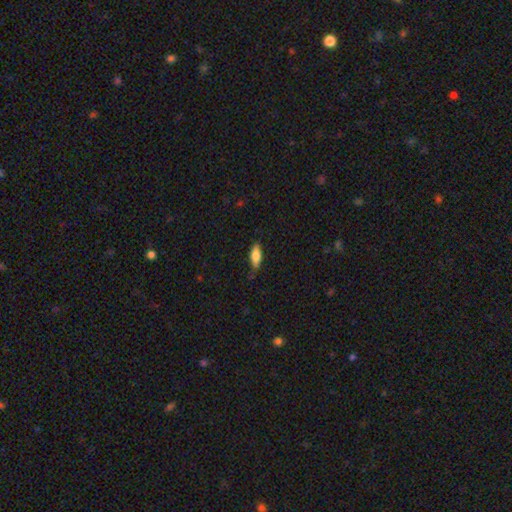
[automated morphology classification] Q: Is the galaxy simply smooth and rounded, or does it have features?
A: smooth — 74%.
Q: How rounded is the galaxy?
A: in between — 65%.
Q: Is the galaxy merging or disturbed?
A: none — 79%.